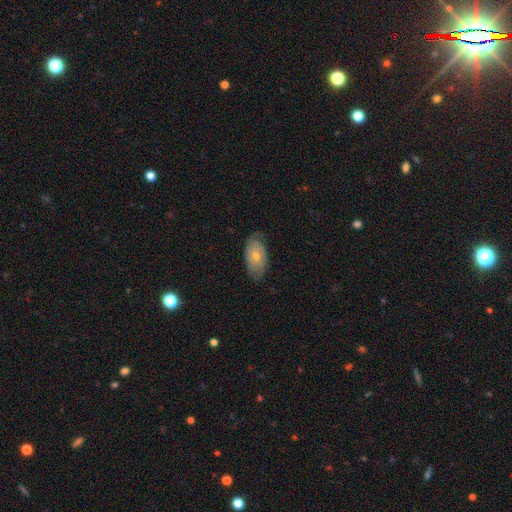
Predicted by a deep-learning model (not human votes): A featured or disk galaxy (46%). Merging: none (76%).